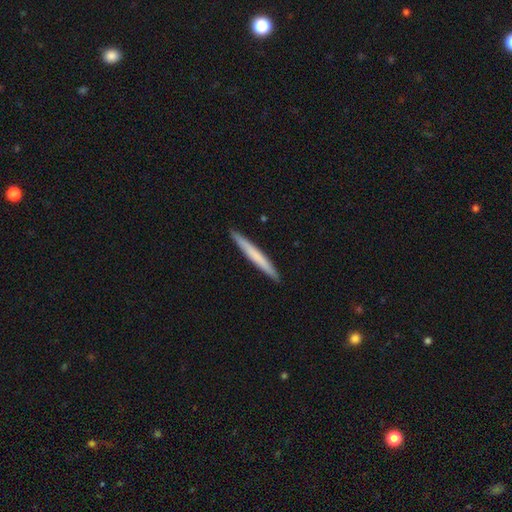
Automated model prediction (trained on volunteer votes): A smooth galaxy with no disk features (64%) that is cigar-shaped (97%). Merging: none (92%).